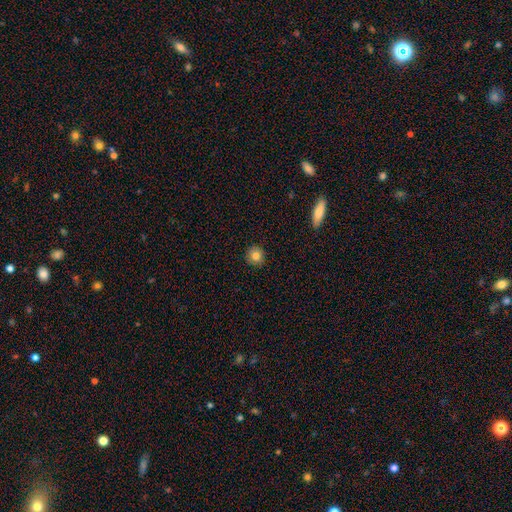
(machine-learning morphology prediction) Q: Smooth or featured?
A: smooth (83%); runner-up: star or artifact (10%)
Q: How rounded?
A: round (94%); runner-up: in between (5%)
Q: Merging?
A: none (91%); runner-up: minor disturbance (6%)